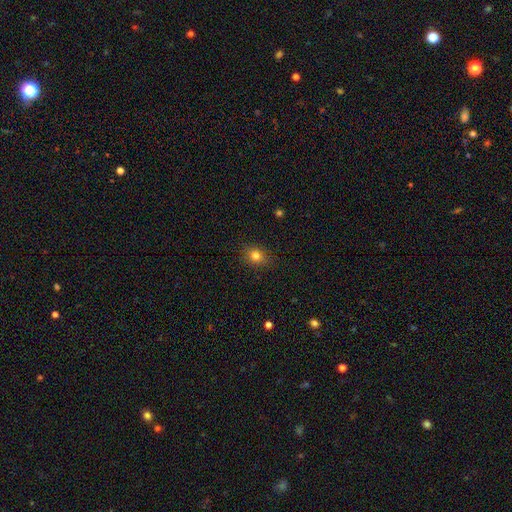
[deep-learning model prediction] Morphology: type=smooth (78%); roundness=round (62%); merging=none (86%).